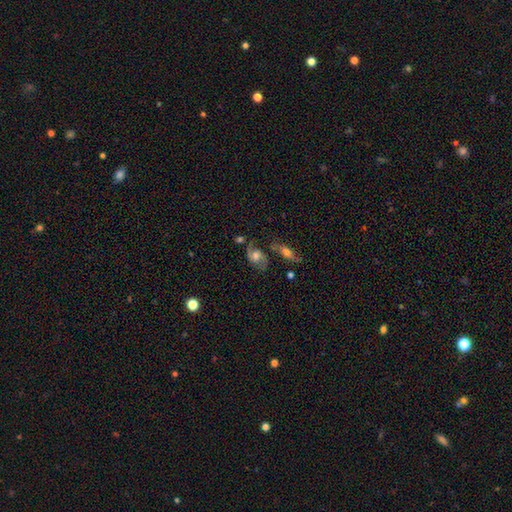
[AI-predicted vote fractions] featured or disk 75%, smooth 17%, star or artifact 8%. Down the decision tree: edge-on disk — no (95%); bar — no (68%); spiral arms — yes (93%); spiral arm count — 2 (89%); spiral winding — medium (51%); bulge size — moderate (58%); merging — none (59%).